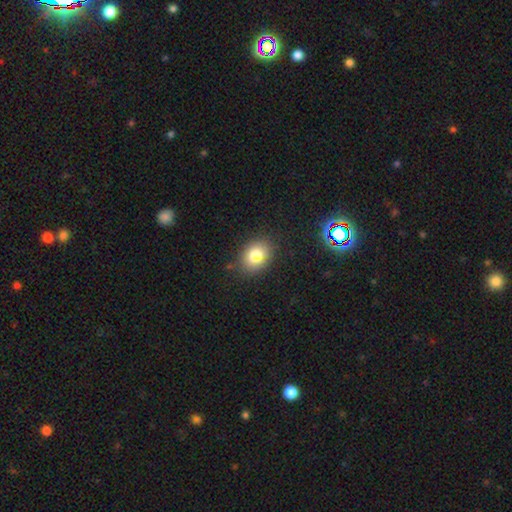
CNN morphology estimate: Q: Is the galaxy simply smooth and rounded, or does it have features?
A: smooth — 80%.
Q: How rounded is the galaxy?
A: in between — 65%.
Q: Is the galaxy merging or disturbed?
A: none — 81%.